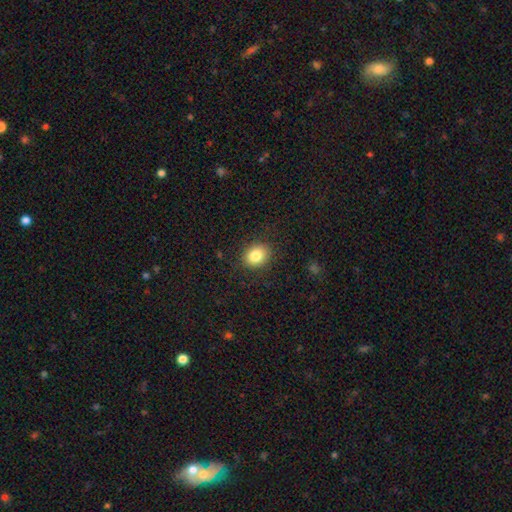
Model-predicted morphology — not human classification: smooth 83%, star or artifact 10%, featured or disk 7%. Down the decision tree: how rounded — round (54%); merging — none (87%).